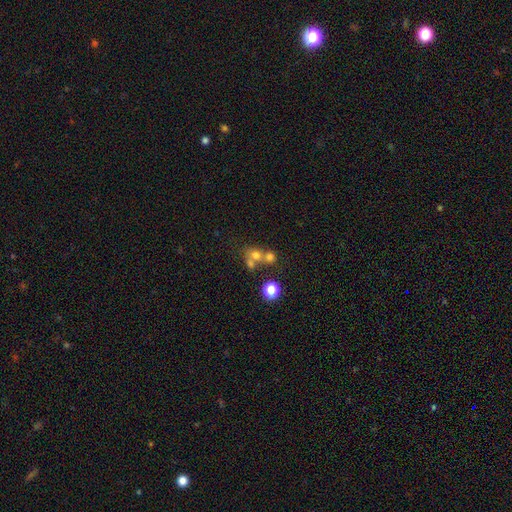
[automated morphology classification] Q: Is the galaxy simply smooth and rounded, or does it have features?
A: smooth — 63%.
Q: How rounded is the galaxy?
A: round — 77%.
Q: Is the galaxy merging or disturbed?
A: merger — 53%.